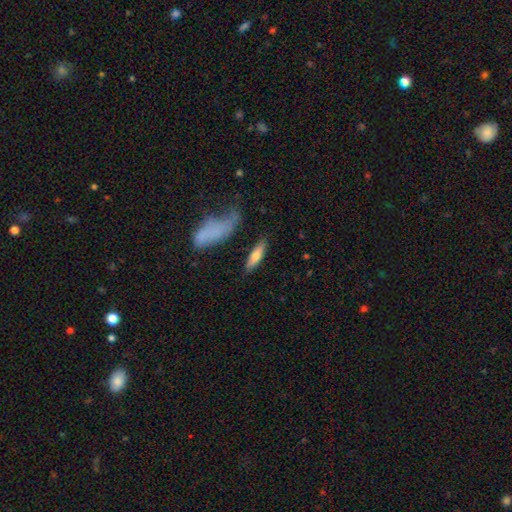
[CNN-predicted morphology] Q: Smooth or featured?
A: smooth (66%); runner-up: featured or disk (28%)
Q: How rounded?
A: cigar-shaped (60%); runner-up: in between (37%)
Q: Merging?
A: none (79%); runner-up: minor disturbance (12%)